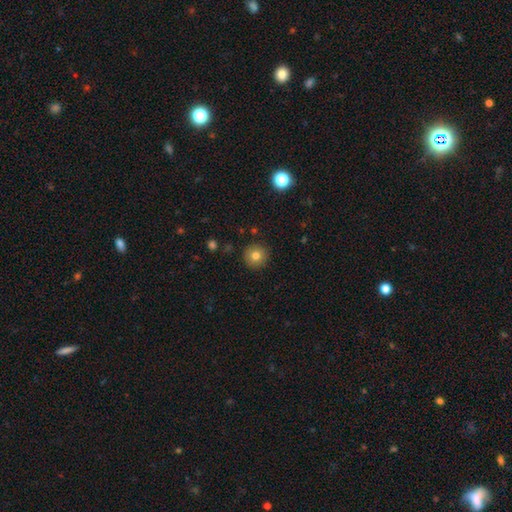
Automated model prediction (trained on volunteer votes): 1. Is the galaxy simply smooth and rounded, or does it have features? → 79% smooth, 12% star or artifact, 9% featured or disk.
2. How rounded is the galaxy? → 95% round, 4% in between, 1% cigar-shaped.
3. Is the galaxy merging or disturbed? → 91% none, 6% minor disturbance, 2% major disturbance, 1% merger.